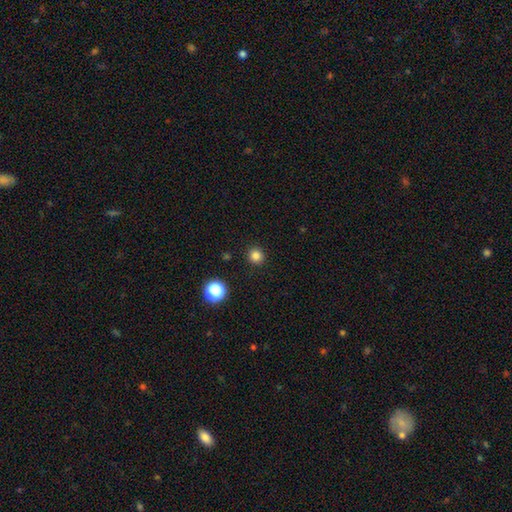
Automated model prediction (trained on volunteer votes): Smooth or featured? Predicted: smooth (p=0.81). How rounded? Predicted: round (p=0.95). Merging? Predicted: none (p=0.92).